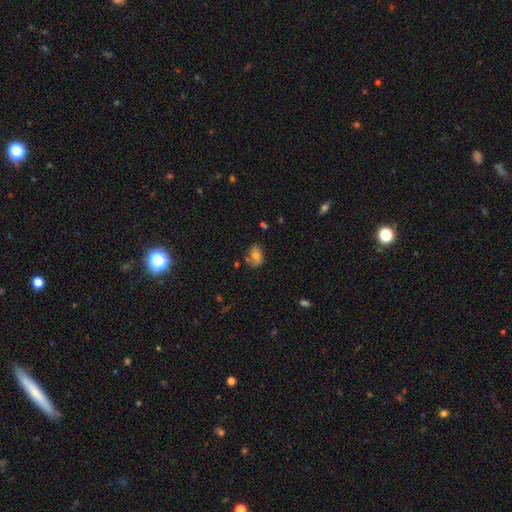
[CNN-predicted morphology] Smooth or featured? Predicted: smooth (p=0.64). How rounded? Predicted: in between (p=0.79). Merging? Predicted: none (p=0.63).